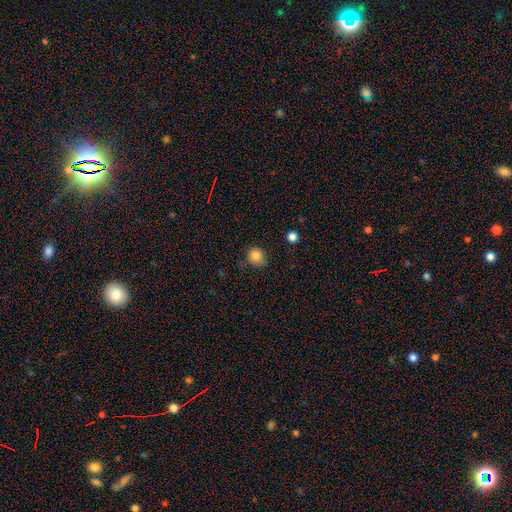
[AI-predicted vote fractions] The model was most divided on "merging": none: 78%, minor disturbance: 17%, major disturbance: 3%, merger: 2%. More confident: how rounded — round (85%); smooth or featured — smooth (85%).